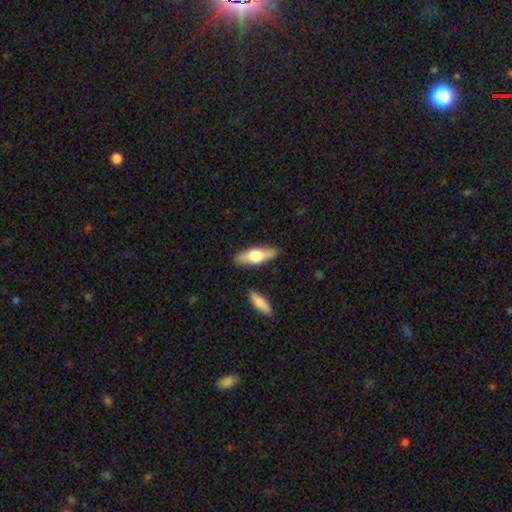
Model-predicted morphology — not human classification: smooth_or_featured: smooth (p=0.57) [alt: featured or disk p=0.38]
how_rounded: in between (p=0.53) [alt: cigar-shaped p=0.44]
merging: none (p=0.86) [alt: minor disturbance p=0.09]